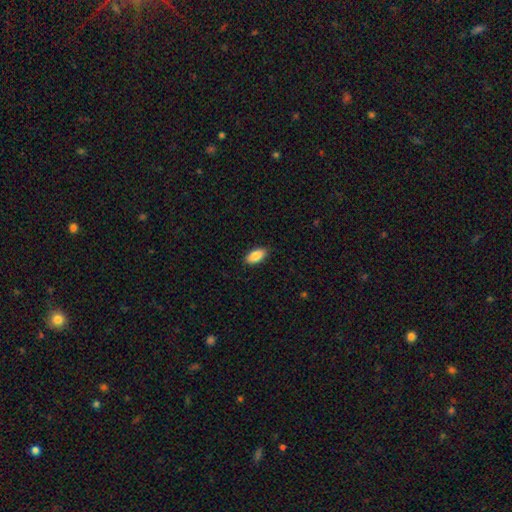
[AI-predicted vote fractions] This is clearly a smooth galaxy (89%). How rounded: clearly in between (93%). Merging: clearly none (88%).